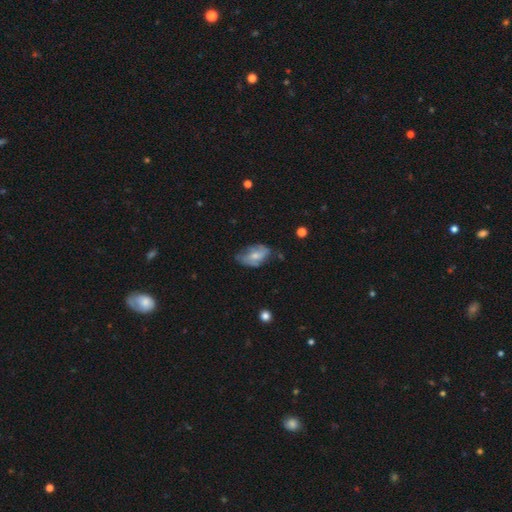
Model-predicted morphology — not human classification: Smooth or featured? smooth (53%)
How rounded? in between (91%)
Merging? none (43%)